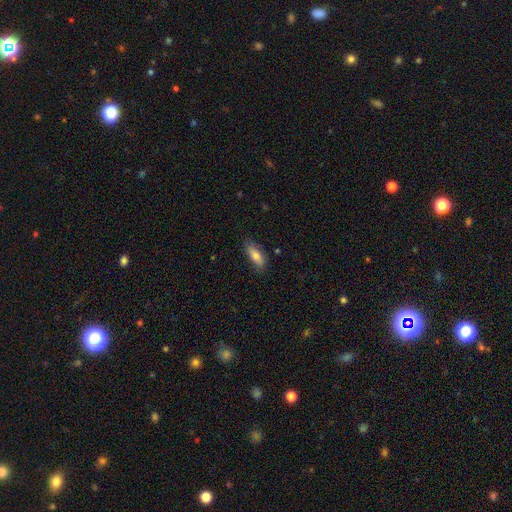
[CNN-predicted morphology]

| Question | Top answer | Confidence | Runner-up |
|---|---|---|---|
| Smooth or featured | smooth | 76% | featured or disk (18%) |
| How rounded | in between | 66% | cigar-shaped (31%) |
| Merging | none | 78% | minor disturbance (17%) |